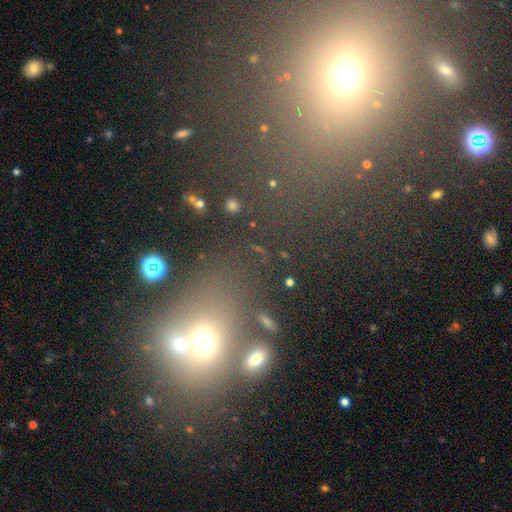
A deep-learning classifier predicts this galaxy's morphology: Smooth or featured? Predicted: smooth (p=0.48). Merging? Predicted: none (p=0.49).